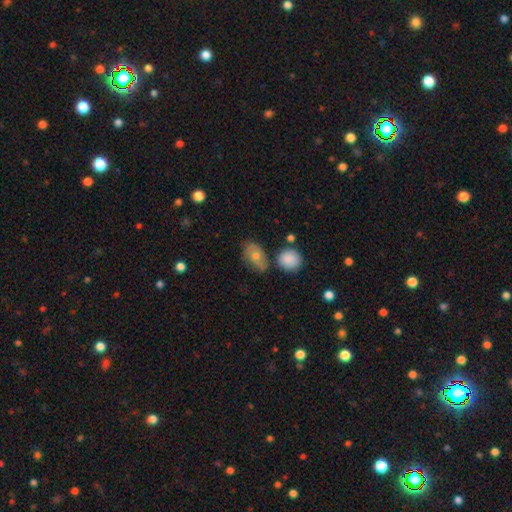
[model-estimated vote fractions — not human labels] A smooth galaxy with no disk features (55%) that is in between round and cigar-shaped (73%).

Vote fractions:
- Smooth or featured? smooth: 55% / featured or disk: 34% / star or artifact: 12%
- How rounded? in between: 73% / round: 24% / cigar-shaped: 3%
- Merging? none: 61% / minor disturbance: 23% / merger: 8% / major disturbance: 8%